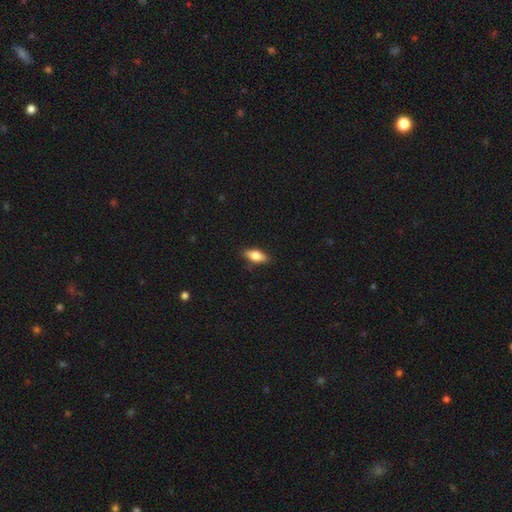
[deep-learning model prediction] This appears to be a smooth galaxy with no disk features (74%) that is in between round and cigar-shaped (79%). Merging: none (86%).